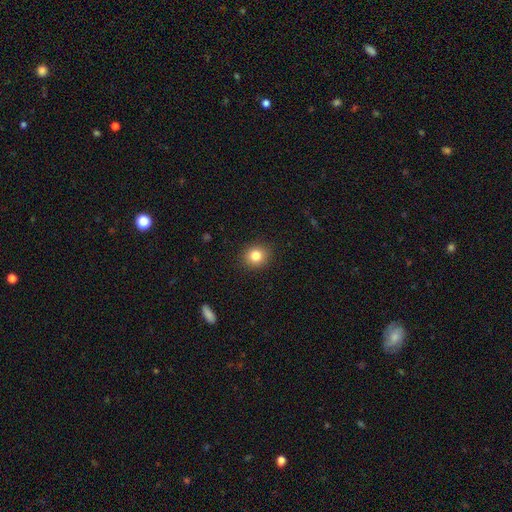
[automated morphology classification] smooth 82%, star or artifact 11%, featured or disk 7%. Down the decision tree: how rounded — round (78%); merging — none (90%).